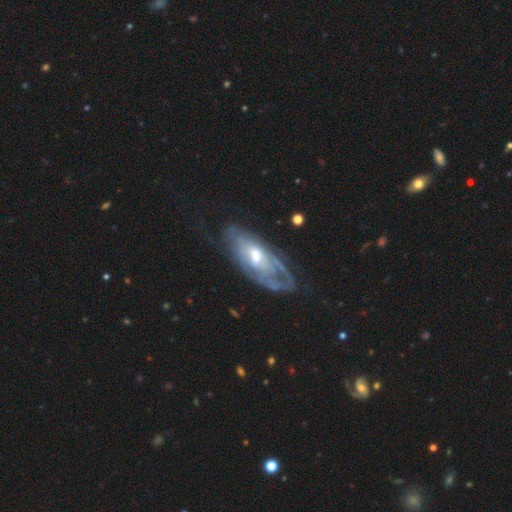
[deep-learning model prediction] Smooth or featured?
  - featured or disk: 73% *
  - smooth: 20%
  - star or artifact: 7%
Edge-on disk?
  - no: 85% *
  - yes: 15%
Bar?
  - no: 65% *
  - weak: 29%
  - strong: 6%
Spiral arms?
  - yes: 64% *
  - no: 36%
Bulge size?
  - moderate: 62% *
  - small: 27%
  - large: 8%
  - none: 2%
  - dominant: 1%
Merging?
  - none: 55% *
  - minor disturbance: 24%
  - major disturbance: 18%
  - merger: 2%